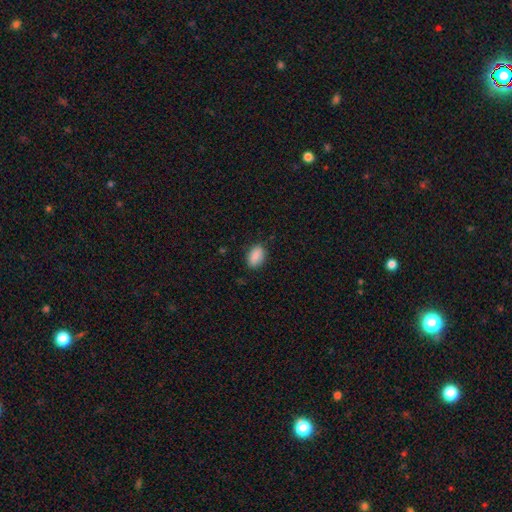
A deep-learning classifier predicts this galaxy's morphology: A smooth galaxy with no disk features (87%) that is in between round and cigar-shaped (88%).

Vote fractions:
- Smooth or featured? smooth: 87% / star or artifact: 7% / featured or disk: 5%
- How rounded? in between: 88% / round: 10% / cigar-shaped: 2%
- Merging? none: 85% / minor disturbance: 12% / major disturbance: 3% / merger: 1%